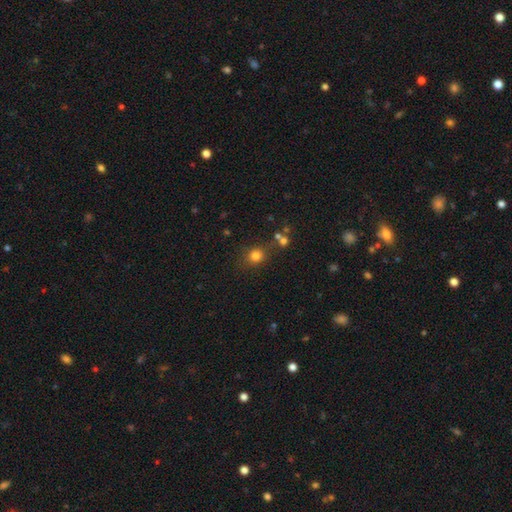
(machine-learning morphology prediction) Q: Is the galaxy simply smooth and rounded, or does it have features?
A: smooth — 79%.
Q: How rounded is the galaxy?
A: round — 82%.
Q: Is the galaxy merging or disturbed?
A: none — 76%.